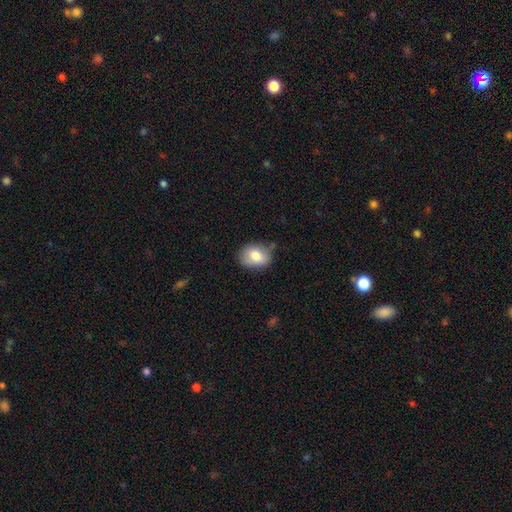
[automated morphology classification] smooth_or_featured: smooth (p=0.80) [alt: featured or disk p=0.13]
how_rounded: in between (p=0.63) [alt: round p=0.36]
merging: none (p=0.66) [alt: minor disturbance p=0.26]